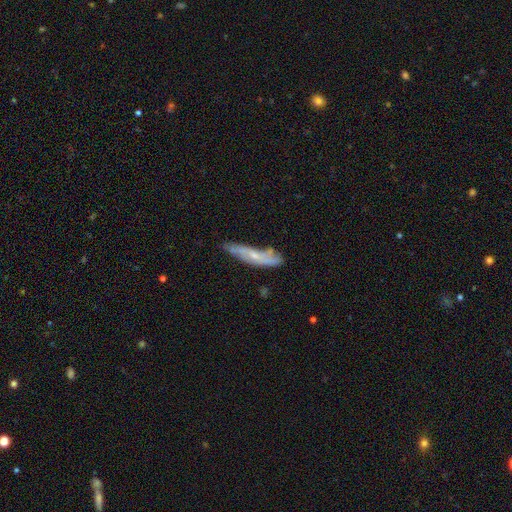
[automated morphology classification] A featured or disk galaxy (59%).

Vote fractions:
- Smooth or featured? featured or disk: 59% / smooth: 34% / star or artifact: 7%
- Edge-on disk? no: 52% / yes: 48%
- Merging? none: 59% / minor disturbance: 29% / major disturbance: 8% / merger: 4%